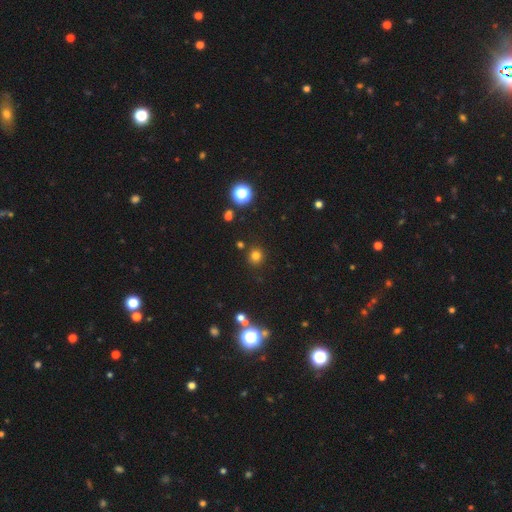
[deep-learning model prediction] The model was most divided on "smooth or featured": smooth: 76%, star or artifact: 19%, featured or disk: 6%. More confident: how rounded — round (90%); merging — none (86%).